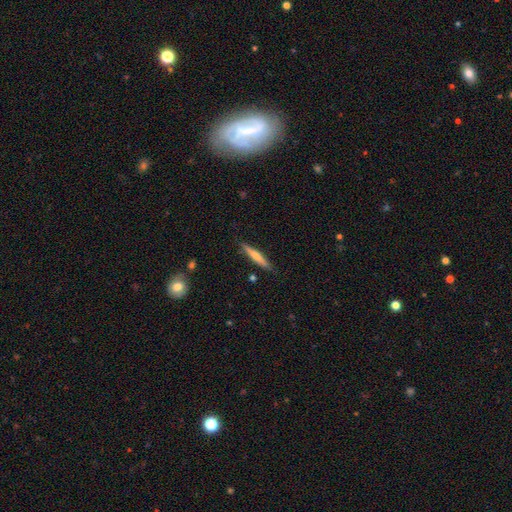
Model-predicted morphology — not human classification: Overall: featured or disk (51%; smooth 43%). Edge-on disk: yes (96%). Merging: none (88%).